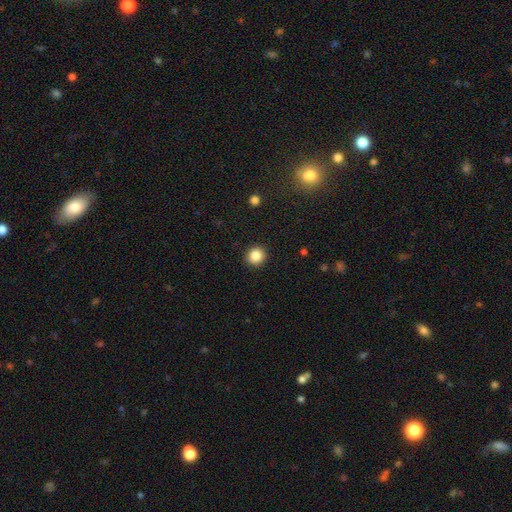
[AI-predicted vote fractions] Q: Smooth or featured?
A: smooth (85%); runner-up: star or artifact (10%)
Q: How rounded?
A: round (90%); runner-up: in between (10%)
Q: Merging?
A: none (92%); runner-up: minor disturbance (5%)